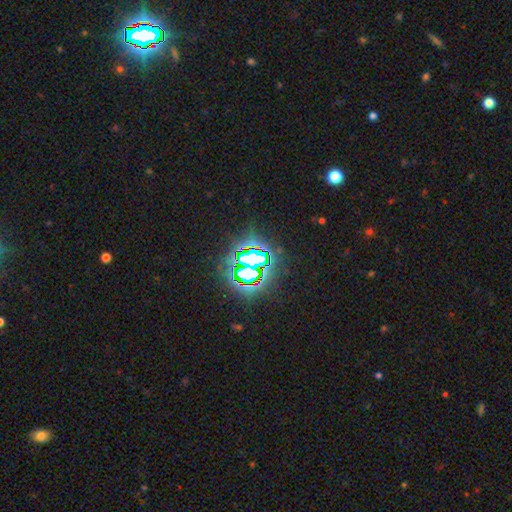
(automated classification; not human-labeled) Smooth or featured: star or artifact — 78% (smooth — 12%)